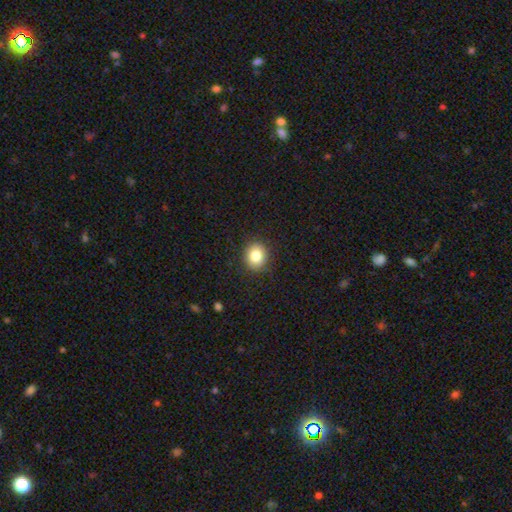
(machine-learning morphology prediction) Smooth or featured? Predicted: smooth (p=0.83). How rounded? Predicted: round (p=0.77). Merging? Predicted: none (p=0.89).